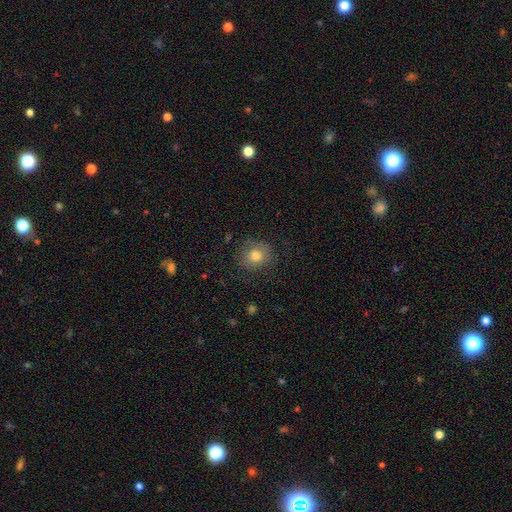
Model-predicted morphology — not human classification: This appears to be a smooth galaxy with no disk features (78%) that is round (78%). Merging: none (79%).